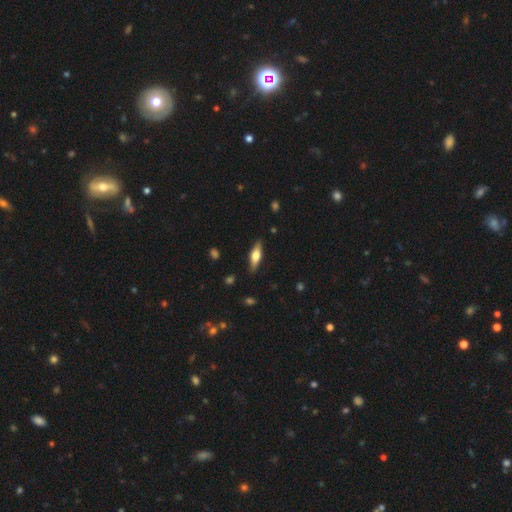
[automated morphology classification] Smooth or featured? Predicted: smooth (p=0.48). Merging? Predicted: none (p=0.87).